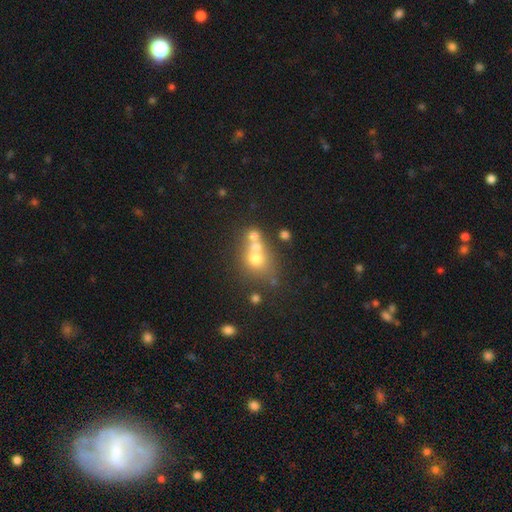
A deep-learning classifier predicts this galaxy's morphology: A smooth galaxy with no disk features (59%) that is round (71%). Merging: merger (51%).